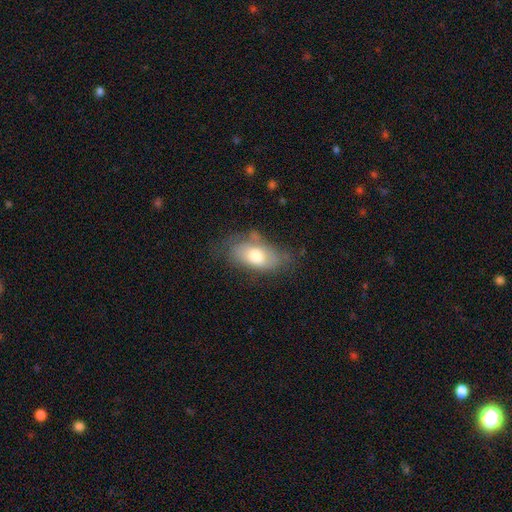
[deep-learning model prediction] Overall: smooth (67%). How rounded: in between (91%). Merging: none (52%; minor disturbance 30%).